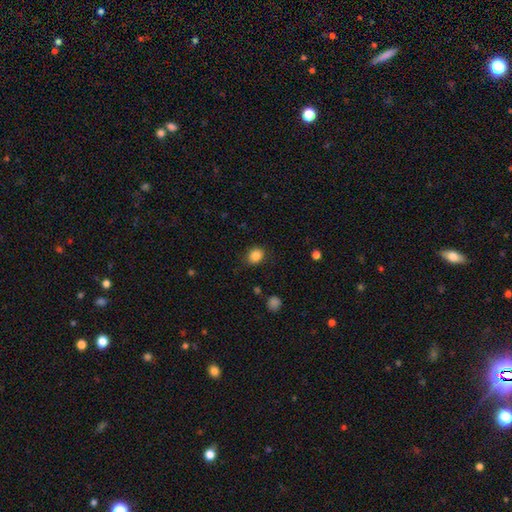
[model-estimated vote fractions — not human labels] Smooth or featured: smooth — 86% (star or artifact — 10%)
How rounded: round — 58% (in between — 42%)
Merging: none — 81% (minor disturbance — 14%)